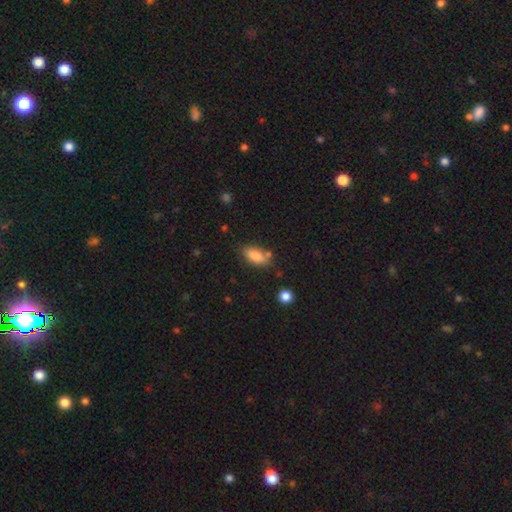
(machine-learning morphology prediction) Smooth or featured?
  - smooth: 84% *
  - featured or disk: 8%
  - star or artifact: 8%
How rounded?
  - in between: 87% *
  - cigar-shaped: 10%
  - round: 3%
Merging?
  - none: 68% *
  - minor disturbance: 18%
  - merger: 9%
  - major disturbance: 5%